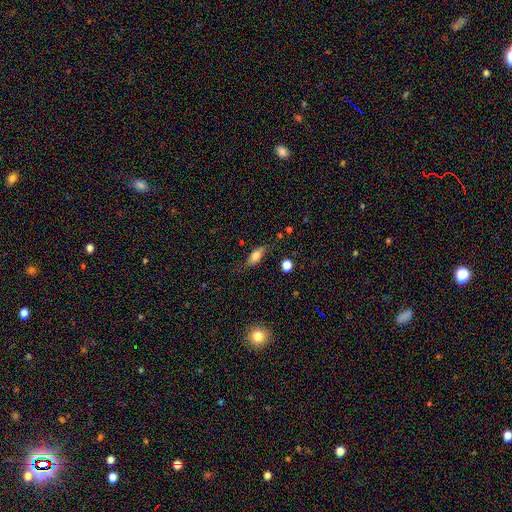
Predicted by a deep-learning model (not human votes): This is likely a smooth galaxy (70%). How rounded: likely in between (75%). Merging: likely none (71%).